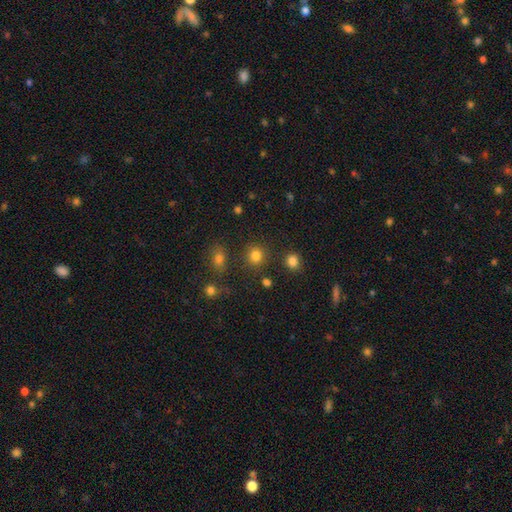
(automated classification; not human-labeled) The model was most divided on "smooth or featured": smooth: 82%, star or artifact: 13%, featured or disk: 5%. More confident: how rounded — round (86%); merging — none (83%).